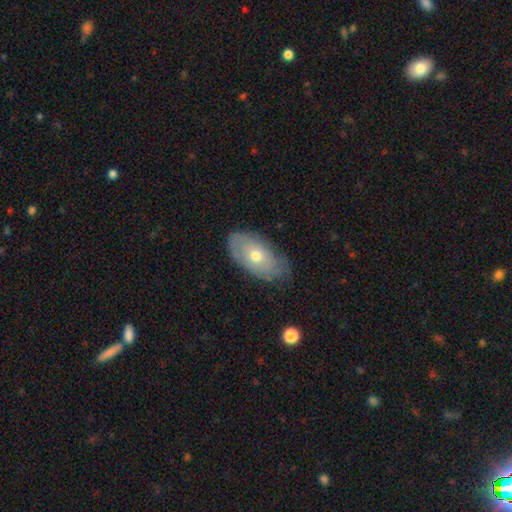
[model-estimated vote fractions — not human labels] Overall: smooth (51%; featured or disk 42%). How rounded: in between (92%). Merging: none (71%).